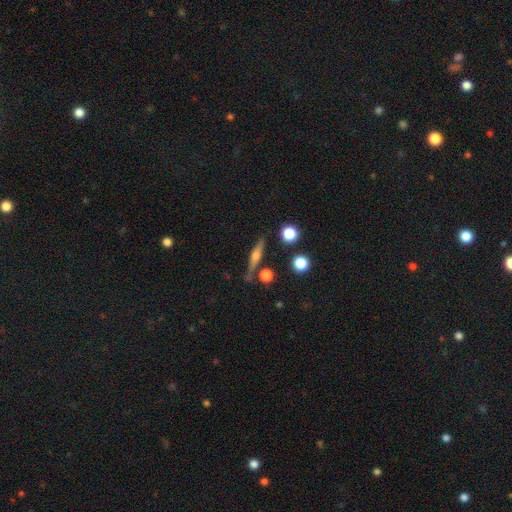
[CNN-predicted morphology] smooth_or_featured: featured or disk (p=0.59) [alt: smooth p=0.33]
disk_edge_on: yes (p=0.95) [alt: no p=0.05]
edge_on_bulge: rounded (p=0.79) [alt: boxy p=0.12]
merging: none (p=0.79) [alt: minor disturbance p=0.12]